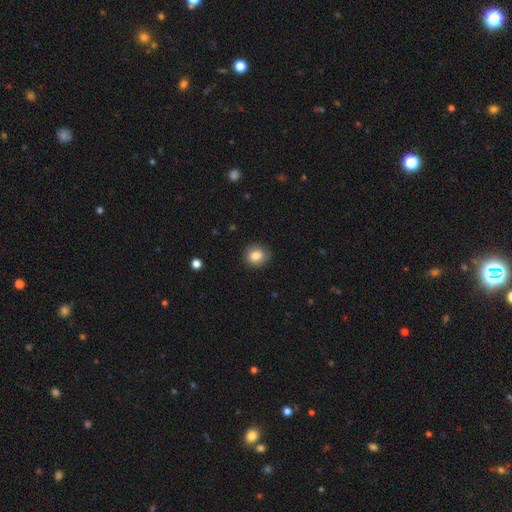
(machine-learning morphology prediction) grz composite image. It shows a smooth galaxy with no disk features (84%) that is round (73%). Merging: none (85%).